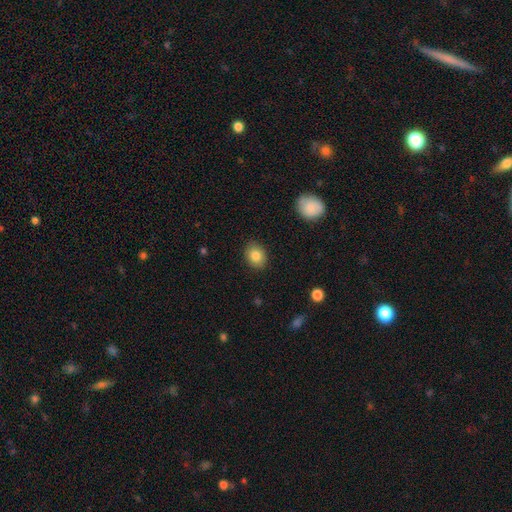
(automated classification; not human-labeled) Smooth or featured?
  - smooth: 83% *
  - star or artifact: 9%
  - featured or disk: 8%
How rounded?
  - in between: 57% *
  - round: 42%
  - cigar-shaped: 1%
Merging?
  - none: 88% *
  - minor disturbance: 9%
  - major disturbance: 2%
  - merger: 1%